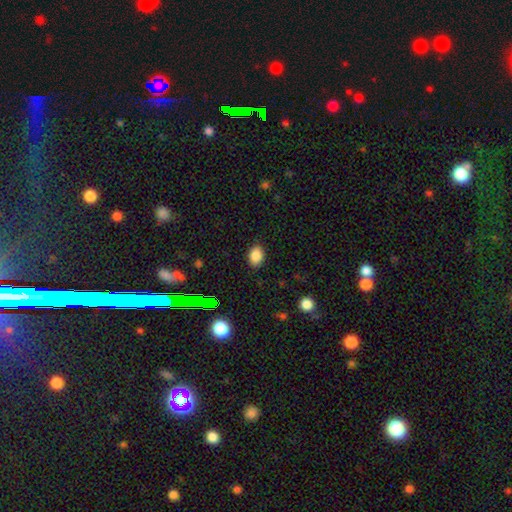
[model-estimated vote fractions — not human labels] smooth-or-featured: smooth: 86% | star or artifact: 10% | featured or disk: 4%
  how-rounded: in between: 79% | round: 20% | cigar-shaped: 1%
  merging: none: 87% | minor disturbance: 9% | major disturbance: 2% | merger: 1%